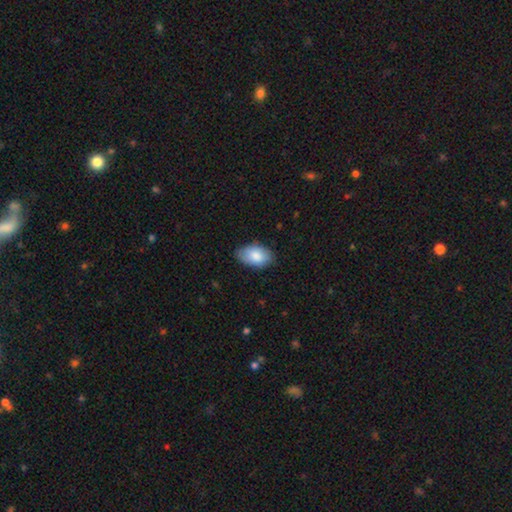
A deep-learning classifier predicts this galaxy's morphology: A smooth galaxy with no disk features (84%) that is in between round and cigar-shaped (93%).

Vote fractions:
- Smooth or featured? smooth: 84% / featured or disk: 10% / star or artifact: 6%
- How rounded? in between: 93% / round: 5% / cigar-shaped: 1%
- Merging? none: 76% / minor disturbance: 20% / major disturbance: 3% / merger: 1%